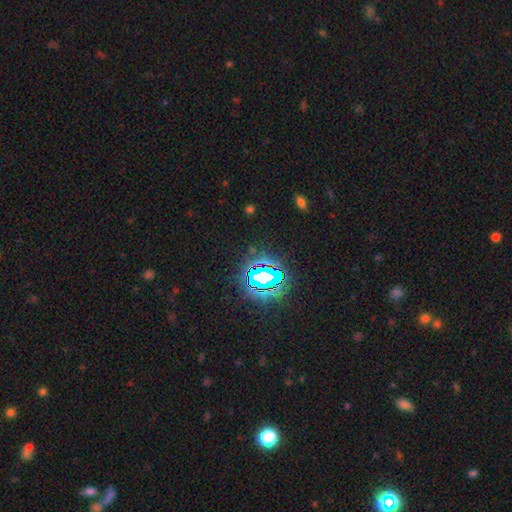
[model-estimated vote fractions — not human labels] A star or artifact, not a galaxy (80%).